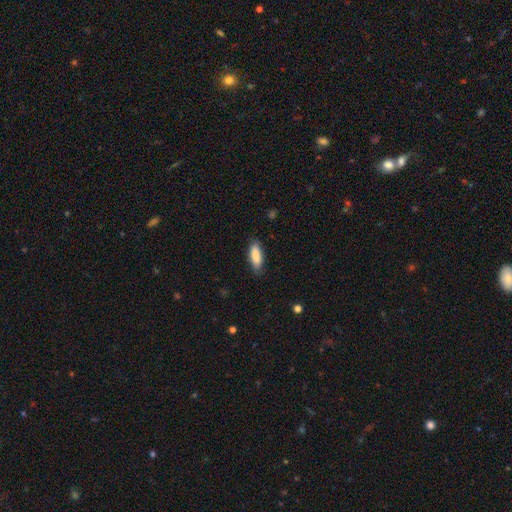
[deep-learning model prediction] Smooth or featured? Predicted: smooth (p=0.86). How rounded? Predicted: in between (p=0.66). Merging? Predicted: none (p=0.82).